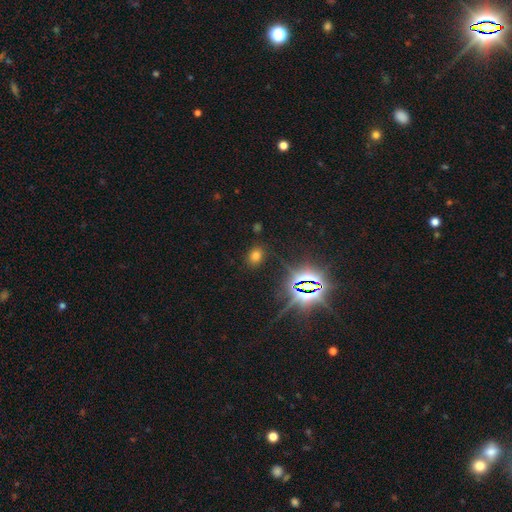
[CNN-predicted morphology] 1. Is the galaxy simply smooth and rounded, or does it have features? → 61% smooth, 32% star or artifact, 7% featured or disk.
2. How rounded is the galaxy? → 58% in between, 41% round, 2% cigar-shaped.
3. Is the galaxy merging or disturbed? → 85% none, 9% minor disturbance, 4% major disturbance, 2% merger.